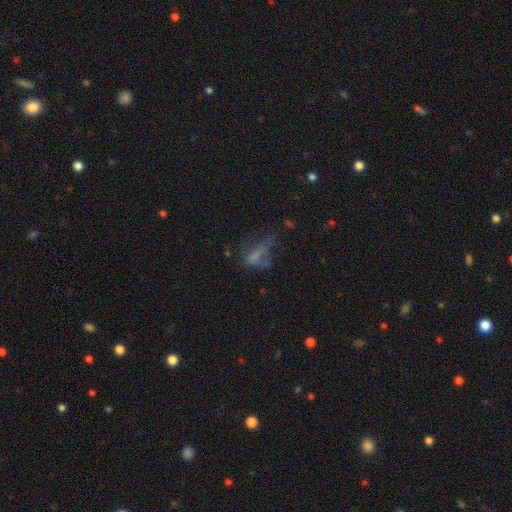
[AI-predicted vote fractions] This is possibly a smooth galaxy (50%). How rounded: likely in between (71%). Merging: marginally major disturbance (44%).